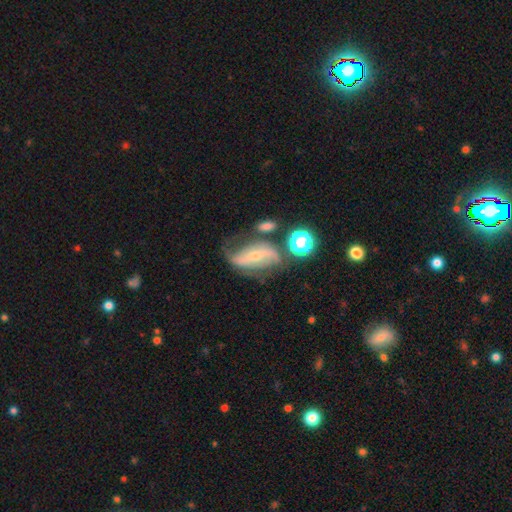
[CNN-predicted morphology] This is likely a featured or disk galaxy (73%). It is clearly not viewed edge-on (91%). Bar: possibly strong (48%). Spiral arm pattern: clearly yes (85%). Spiral arm count: clearly 2 (81%). Spiral winding: possibly loose (57%). Central bulge: likely small (65%). Merging: marginally none (45%).